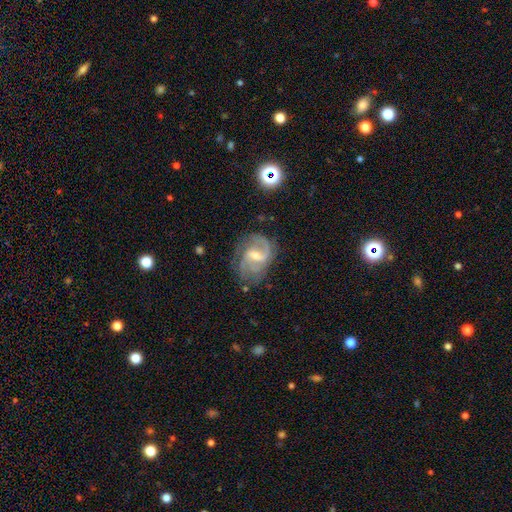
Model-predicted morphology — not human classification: This is clearly a featured or disk galaxy (87%). It is clearly not viewed edge-on (98%). Bar: possibly weak (60%). Spiral arm pattern: clearly yes (96%). Spiral arm count: possibly 2 (60%). Spiral winding: possibly medium (51%). Central bulge: possibly small (51%). Merging: likely none (66%).